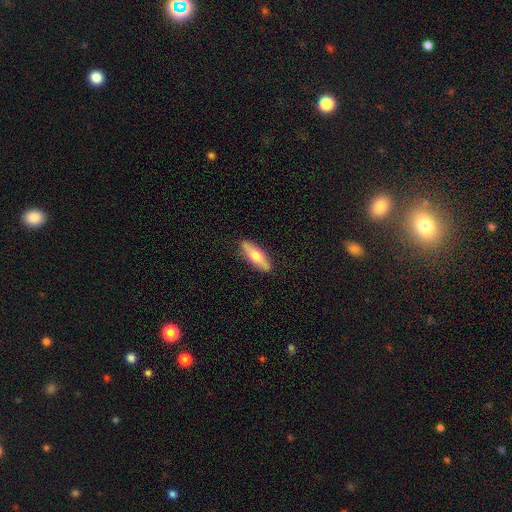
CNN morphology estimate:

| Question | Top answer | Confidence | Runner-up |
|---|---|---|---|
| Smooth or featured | smooth | 64% | featured or disk (31%) |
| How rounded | cigar-shaped | 49% | tied: in between (49%) |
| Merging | none | 88% | minor disturbance (10%) |